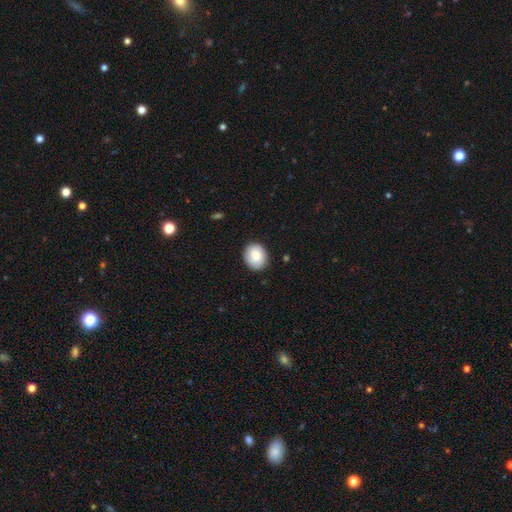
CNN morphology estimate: Q: Smooth or featured?
A: smooth (82%); runner-up: featured or disk (11%)
Q: How rounded?
A: round (64%); runner-up: in between (35%)
Q: Merging?
A: none (86%); runner-up: minor disturbance (11%)